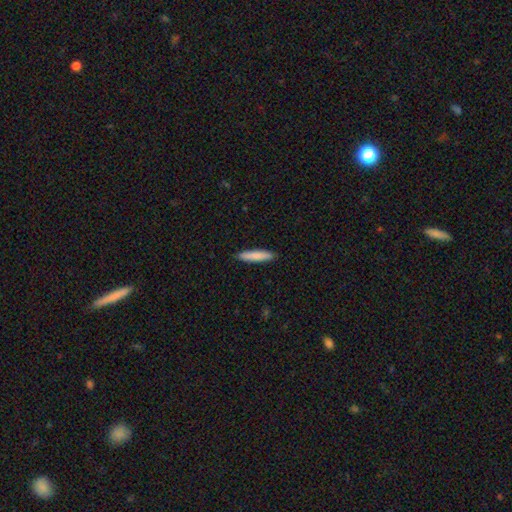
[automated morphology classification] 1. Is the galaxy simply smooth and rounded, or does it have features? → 82% smooth, 12% featured or disk, 5% star or artifact.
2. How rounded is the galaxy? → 89% cigar-shaped, 9% in between, 1% round.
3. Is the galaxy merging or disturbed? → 91% none, 7% minor disturbance, 1% major disturbance, 1% merger.